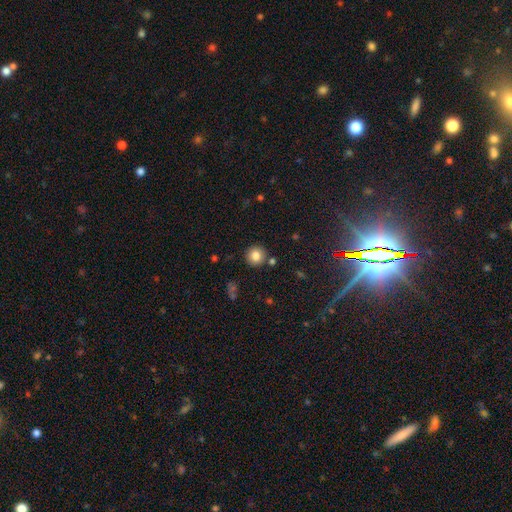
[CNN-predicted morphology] The model was most divided on "smooth or featured": smooth: 82%, star or artifact: 10%, featured or disk: 7%. More confident: how rounded — round (94%); merging — none (86%).